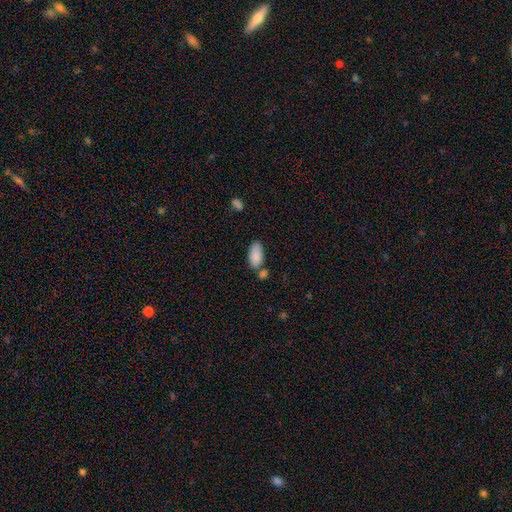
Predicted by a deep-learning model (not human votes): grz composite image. It shows a smooth galaxy with no disk features (87%) that is in between round and cigar-shaped (93%). Merging: none (59%).